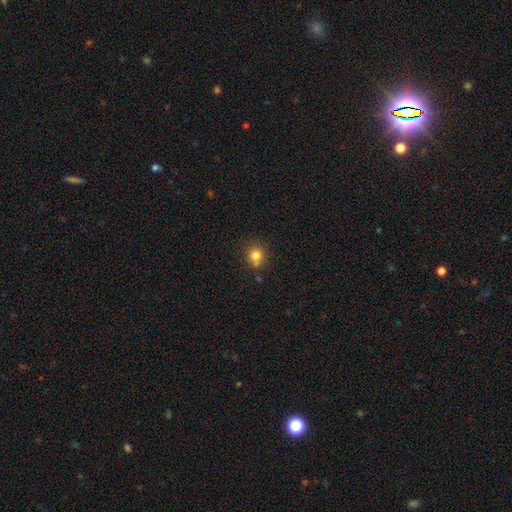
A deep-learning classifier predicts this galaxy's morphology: A smooth galaxy with no disk features (79%) that is round (83%).

Vote fractions:
- Smooth or featured? smooth: 79% / star or artifact: 12% / featured or disk: 8%
- How rounded? round: 83% / in between: 16% / cigar-shaped: 1%
- Merging? none: 65% / merger: 16% / minor disturbance: 15% / major disturbance: 4%